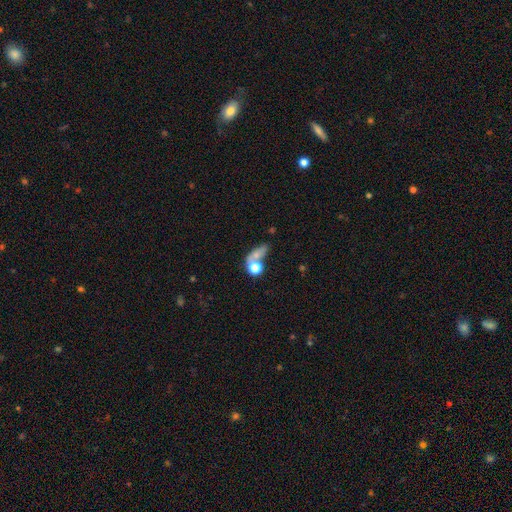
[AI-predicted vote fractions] A smooth galaxy with no disk features (63%) that is in between round and cigar-shaped (49%). Merging: merger (39%).